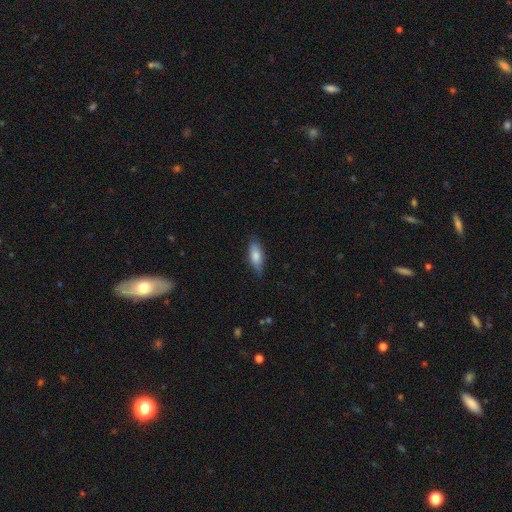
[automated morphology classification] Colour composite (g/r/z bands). It shows a smooth galaxy with no disk features (74%) that is in between round and cigar-shaped (73%). Merging: none (71%).